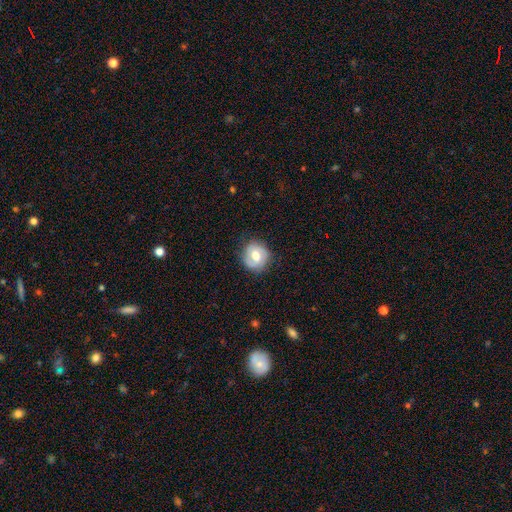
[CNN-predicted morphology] Smooth or featured? featured or disk (49%)
Merging? none (81%)